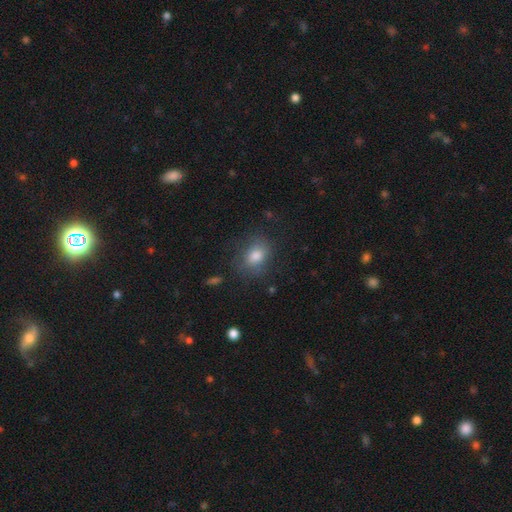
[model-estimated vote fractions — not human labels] Smooth or featured? Predicted: smooth (p=0.77). How rounded? Predicted: in between (p=0.59). Merging? Predicted: none (p=0.73).